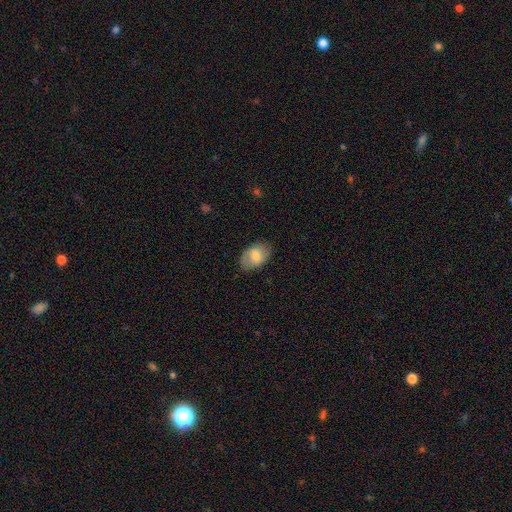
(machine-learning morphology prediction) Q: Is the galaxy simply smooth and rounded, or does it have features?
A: smooth — 72%.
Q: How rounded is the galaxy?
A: in between — 89%.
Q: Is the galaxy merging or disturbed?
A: none — 79%.